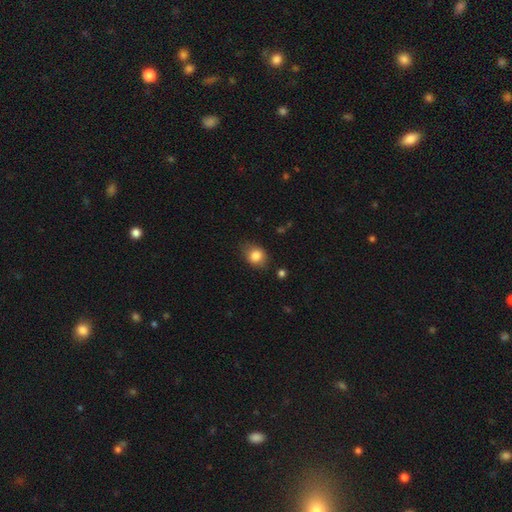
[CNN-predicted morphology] Smooth or featured?
  - smooth: 83% *
  - star or artifact: 9%
  - featured or disk: 7%
How rounded?
  - in between: 51% *
  - round: 48%
  - cigar-shaped: 1%
Merging?
  - none: 74% *
  - minor disturbance: 19%
  - major disturbance: 5%
  - merger: 2%